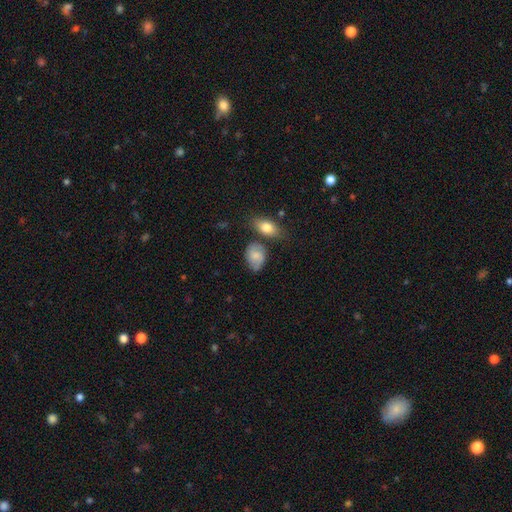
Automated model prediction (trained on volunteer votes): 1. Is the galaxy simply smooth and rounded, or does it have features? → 63% smooth, 29% featured or disk, 8% star or artifact.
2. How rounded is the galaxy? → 70% in between, 28% round, 2% cigar-shaped.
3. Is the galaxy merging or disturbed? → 58% none, 25% minor disturbance, 10% merger, 7% major disturbance.